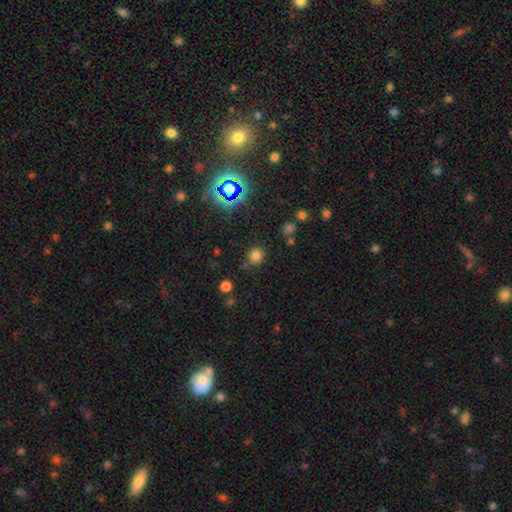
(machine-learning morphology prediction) smooth 72%, star or artifact 22%, featured or disk 6%. Down the decision tree: how rounded — round (88%); merging — none (78%).